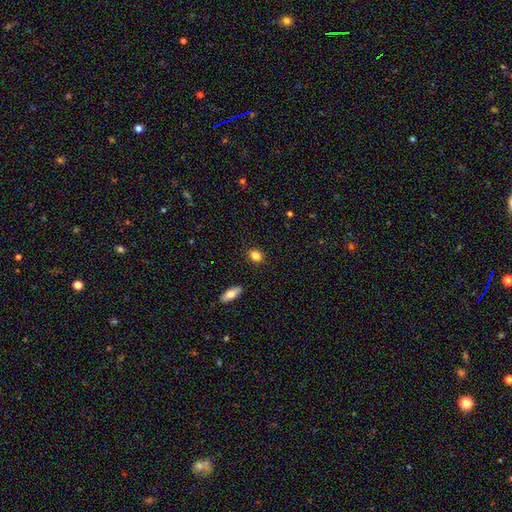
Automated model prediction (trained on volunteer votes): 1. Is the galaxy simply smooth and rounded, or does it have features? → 84% smooth, 9% star or artifact, 6% featured or disk.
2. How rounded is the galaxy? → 52% round, 45% in between, 2% cigar-shaped.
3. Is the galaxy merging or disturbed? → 88% none, 8% minor disturbance, 2% major disturbance, 1% merger.